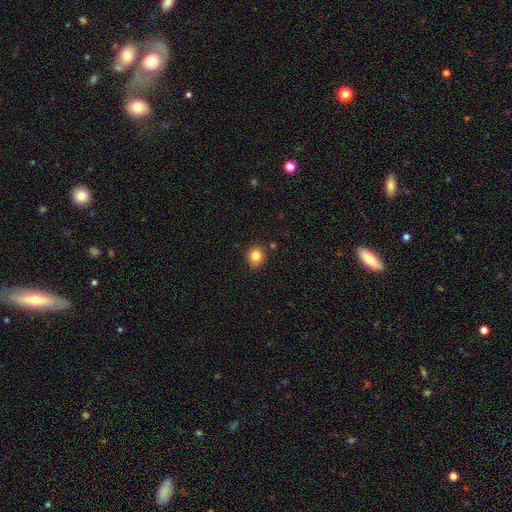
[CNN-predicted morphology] A smooth galaxy with no disk features (83%) that is round (79%). Merging: none (86%).